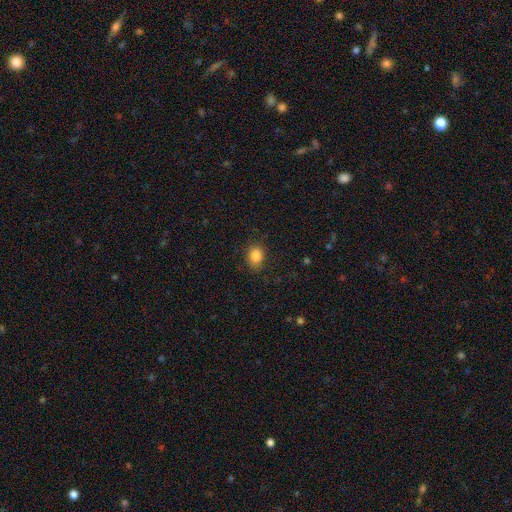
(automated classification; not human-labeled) A smooth galaxy with no disk features (86%) that is in between round and cigar-shaped (62%).

Vote fractions:
- Smooth or featured? smooth: 86% / star or artifact: 10% / featured or disk: 5%
- How rounded? in between: 62% / round: 37% / cigar-shaped: 1%
- Merging? none: 84% / minor disturbance: 11% / major disturbance: 3% / merger: 1%